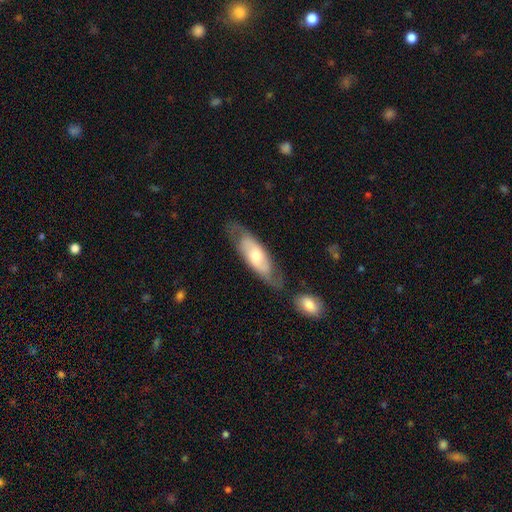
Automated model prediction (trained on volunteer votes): smooth_or_featured: featured or disk (p=0.56) [alt: smooth p=0.39]
disk_edge_on: no (p=0.75) [alt: yes p=0.25]
merging: none (p=0.66) [alt: minor disturbance p=0.20]